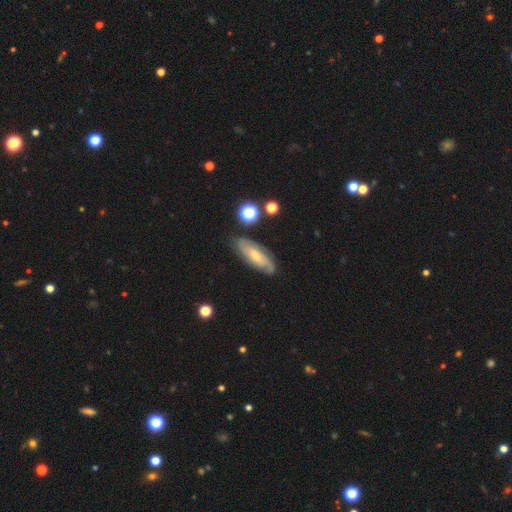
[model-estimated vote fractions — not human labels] featured or disk 60%, smooth 32%, star or artifact 8%. Down the decision tree: edge-on disk — no (82%); merging — none (78%).